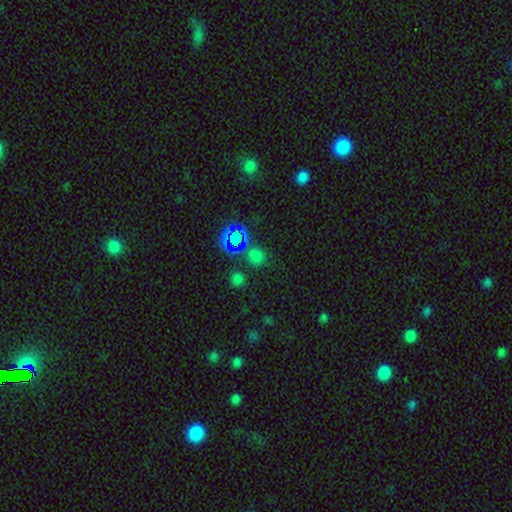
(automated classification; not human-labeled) Smooth or featured: smooth — 53% (star or artifact — 41%)
How rounded: round — 81% (in between — 17%)
Merging: none — 73% (merger — 11%)